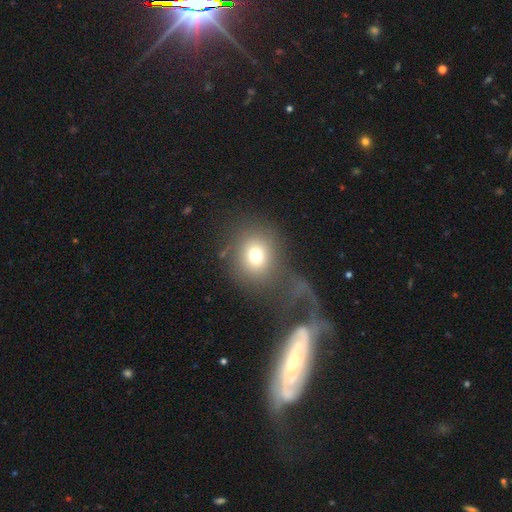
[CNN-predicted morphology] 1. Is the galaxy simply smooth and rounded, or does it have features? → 73% smooth, 15% featured or disk, 12% star or artifact.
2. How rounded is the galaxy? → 73% round, 26% in between, 1% cigar-shaped.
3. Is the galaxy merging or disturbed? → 48% none, 24% major disturbance, 15% merger, 13% minor disturbance.